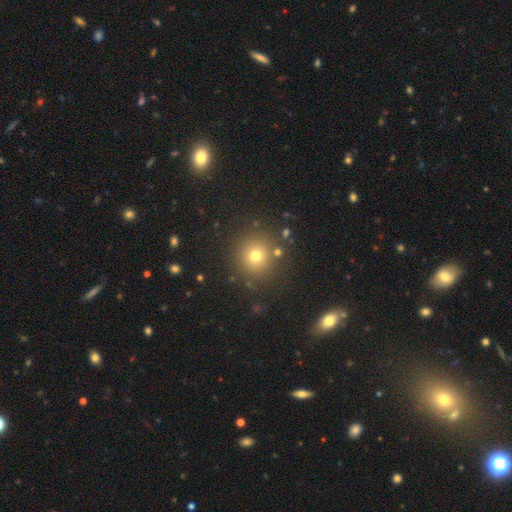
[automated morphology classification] Smooth or featured: smooth — 72% (star or artifact — 19%)
How rounded: round — 93% (in between — 6%)
Merging: none — 85% (minor disturbance — 7%)